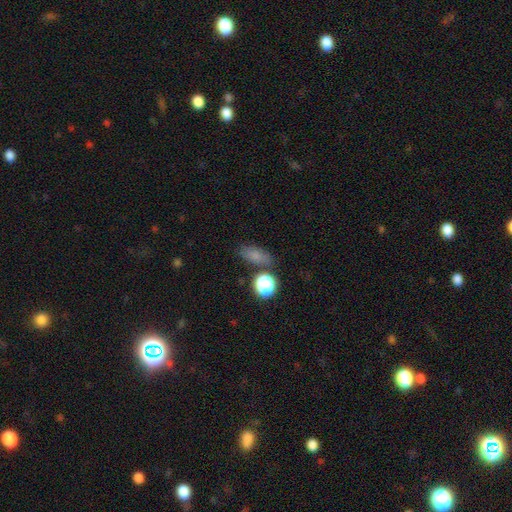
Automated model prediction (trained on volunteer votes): Smooth or featured: smooth — 75% (star or artifact — 16%)
How rounded: in between — 74% (round — 15%)
Merging: none — 75% (minor disturbance — 13%)